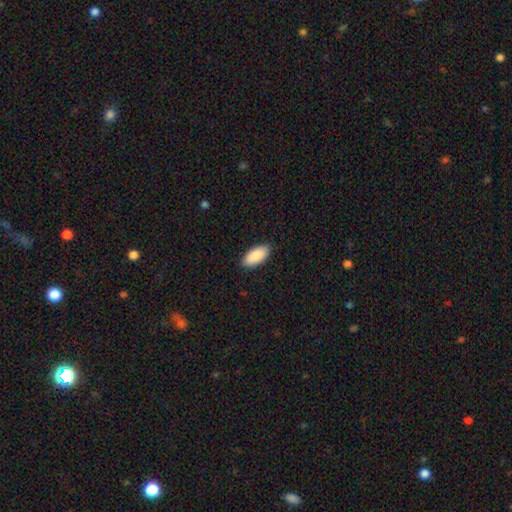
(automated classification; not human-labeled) Smooth or featured? Predicted: smooth (p=0.89). How rounded? Predicted: in between (p=0.92). Merging? Predicted: none (p=0.89).